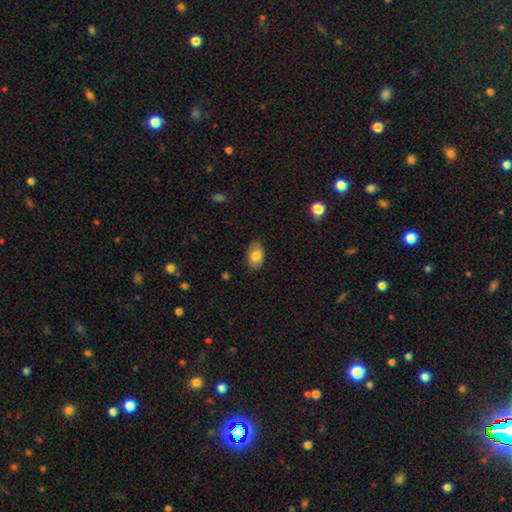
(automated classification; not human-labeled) This is clearly a smooth galaxy (81%). How rounded: clearly in between (90%). Merging: clearly none (82%).